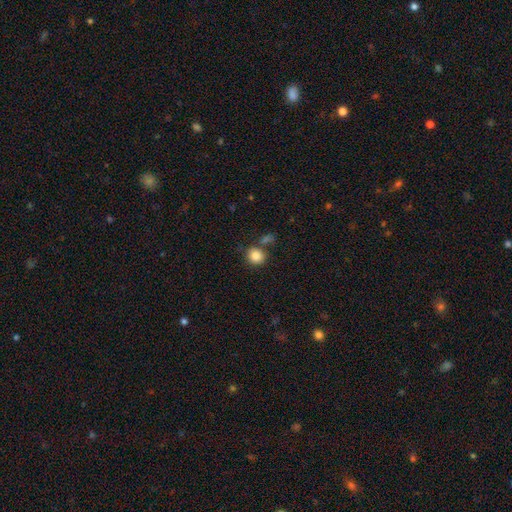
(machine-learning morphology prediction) smooth-or-featured: smooth: 85% | star or artifact: 10% | featured or disk: 5%
  how-rounded: round: 83% | in between: 16% | cigar-shaped: 1%
  merging: none: 69% | merger: 15% | minor disturbance: 12% | major disturbance: 4%